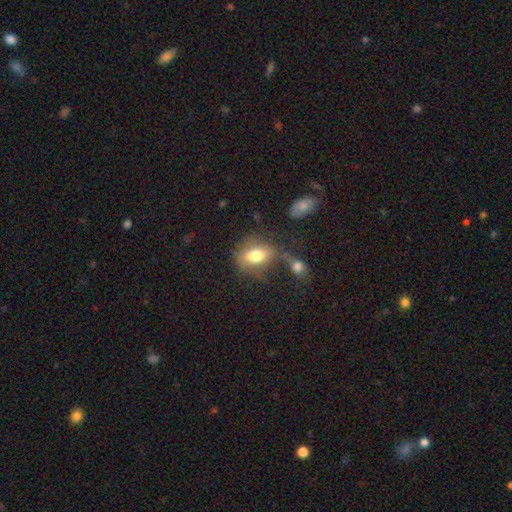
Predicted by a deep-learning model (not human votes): The model was most divided on "merging": none: 51%, minor disturbance: 20%, merger: 15%, major disturbance: 13%. More confident: how rounded — in between (78%); smooth or featured — smooth (72%).